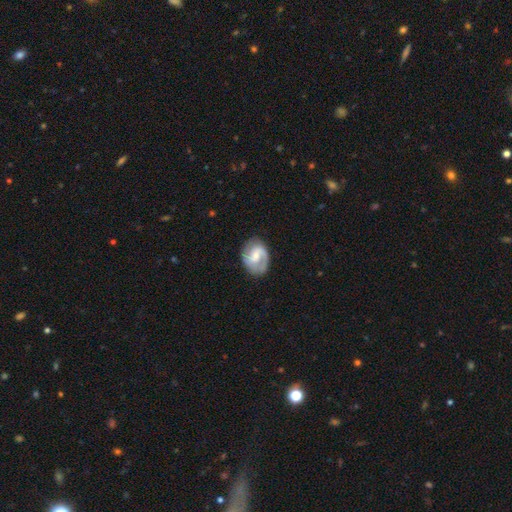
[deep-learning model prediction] featured or disk 72%, smooth 23%, star or artifact 5%. Down the decision tree: edge-on disk — no (97%); bar — weak (51%); spiral arms — yes (90%); spiral arm count — 2 (78%); spiral winding — medium (48%); bulge size — moderate (50%); merging — none (76%).